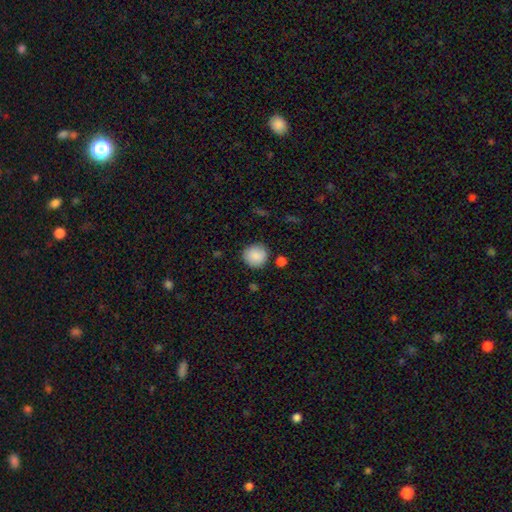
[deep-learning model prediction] Q: Smooth or featured?
A: smooth (88%); runner-up: star or artifact (8%)
Q: How rounded?
A: round (91%); runner-up: in between (9%)
Q: Merging?
A: none (85%); runner-up: minor disturbance (10%)